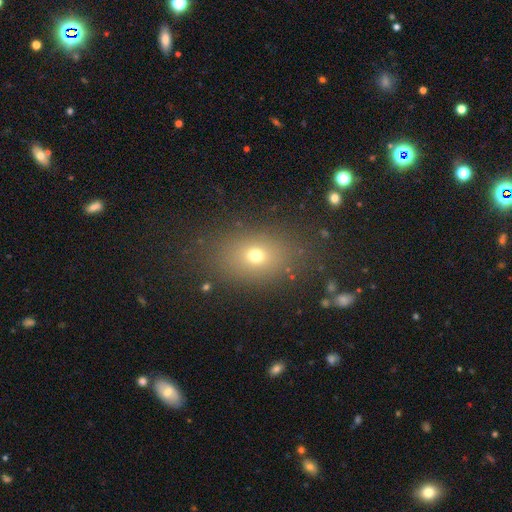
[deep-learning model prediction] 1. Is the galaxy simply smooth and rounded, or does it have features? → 68% smooth, 18% star or artifact, 14% featured or disk.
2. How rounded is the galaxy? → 67% in between, 31% round, 2% cigar-shaped.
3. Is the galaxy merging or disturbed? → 82% none, 11% minor disturbance, 6% major disturbance, 2% merger.